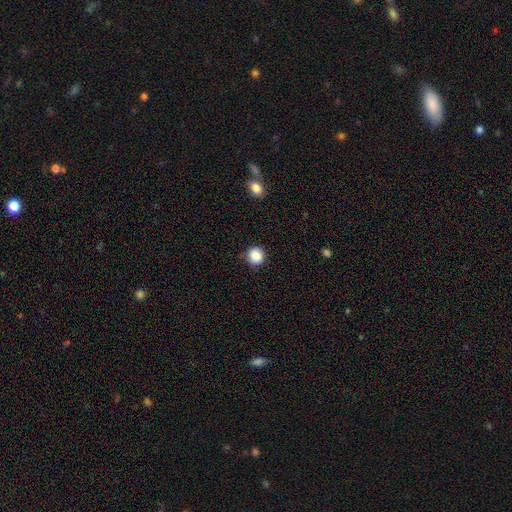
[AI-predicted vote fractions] A smooth galaxy with no disk features (87%) that is round (88%).

Vote fractions:
- Smooth or featured? smooth: 87% / star or artifact: 9% / featured or disk: 4%
- How rounded? round: 88% / in between: 11% / cigar-shaped: 1%
- Merging? none: 84% / minor disturbance: 12% / major disturbance: 3% / merger: 1%